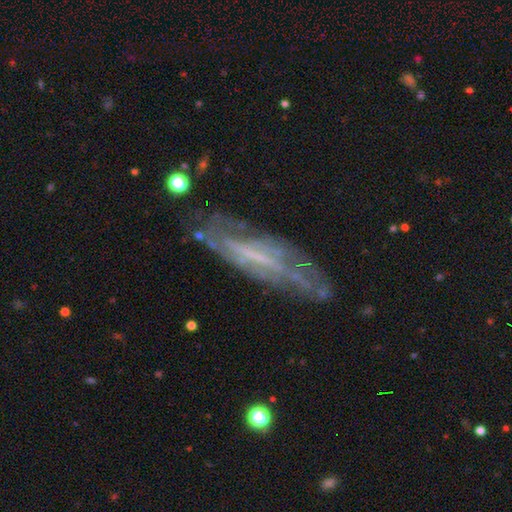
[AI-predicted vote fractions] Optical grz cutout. It shows a featured or disk galaxy (72%). Merging: none (67%).